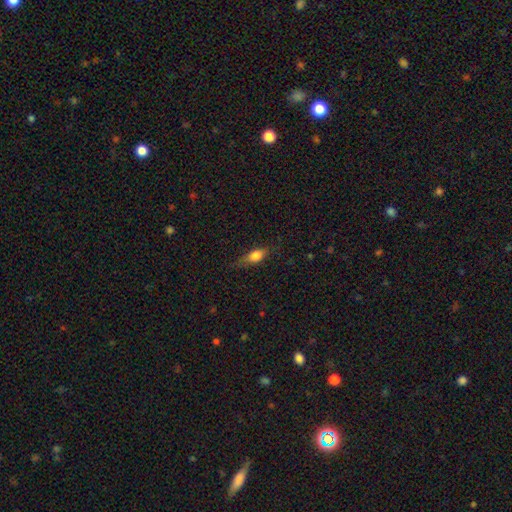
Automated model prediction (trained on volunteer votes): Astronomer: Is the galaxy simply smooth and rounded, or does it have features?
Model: smooth — 71%.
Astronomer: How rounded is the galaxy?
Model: in between — 69%.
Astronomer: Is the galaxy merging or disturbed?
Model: none — 68%.